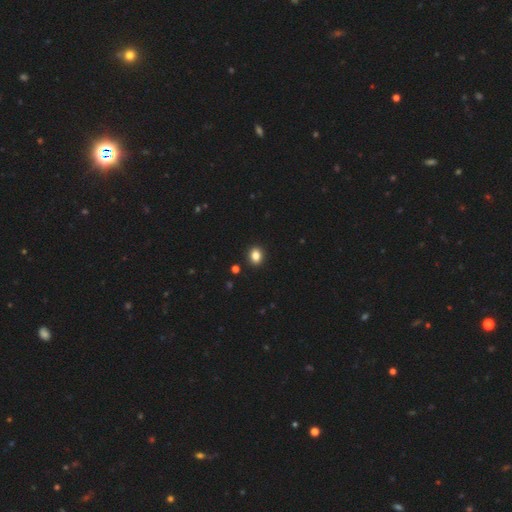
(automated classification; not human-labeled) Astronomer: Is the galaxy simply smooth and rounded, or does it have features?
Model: smooth — 84%.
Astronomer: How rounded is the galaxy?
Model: round — 53% (runner-up: in between, 46%).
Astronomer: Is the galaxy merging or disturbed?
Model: none — 92%.